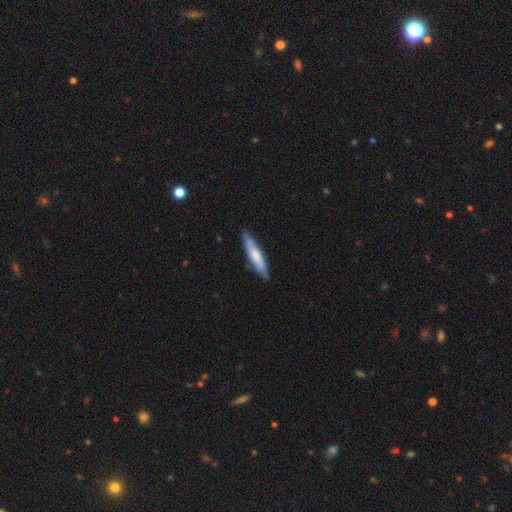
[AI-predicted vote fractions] A smooth galaxy with no disk features (61%) that is cigar-shaped (83%). Merging: none (80%).